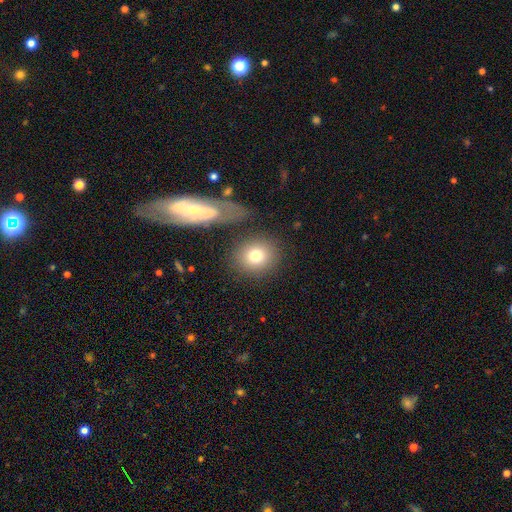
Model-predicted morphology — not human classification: Smooth or featured?
  - smooth: 78% *
  - featured or disk: 12%
  - star or artifact: 9%
How rounded?
  - round: 77% *
  - in between: 22%
  - cigar-shaped: 1%
Merging?
  - none: 76% *
  - minor disturbance: 11%
  - merger: 9%
  - major disturbance: 5%